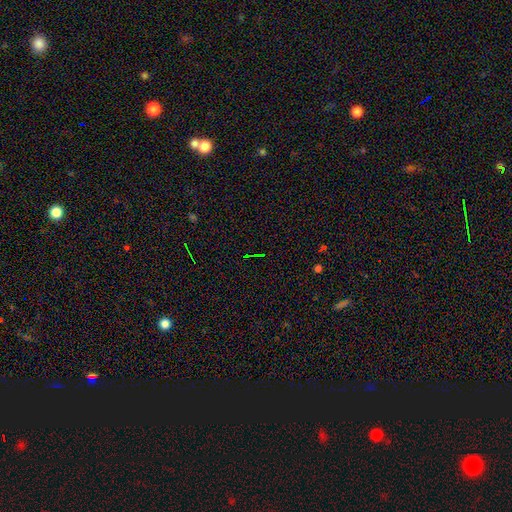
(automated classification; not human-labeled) Smooth or featured?
  - star or artifact: 75% *
  - smooth: 14%
  - featured or disk: 11%